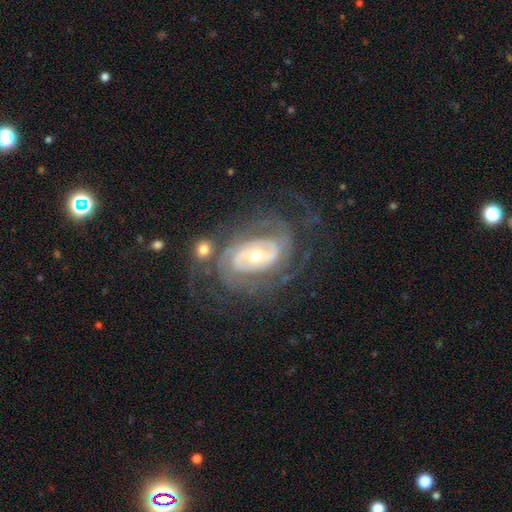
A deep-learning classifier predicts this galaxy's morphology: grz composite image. It shows a featured or disk galaxy (89%) with no bar (45%), 2 (34%) tight (65%) spiral arms (94%) and a moderate central bulge (57%). Merging: none (63%).